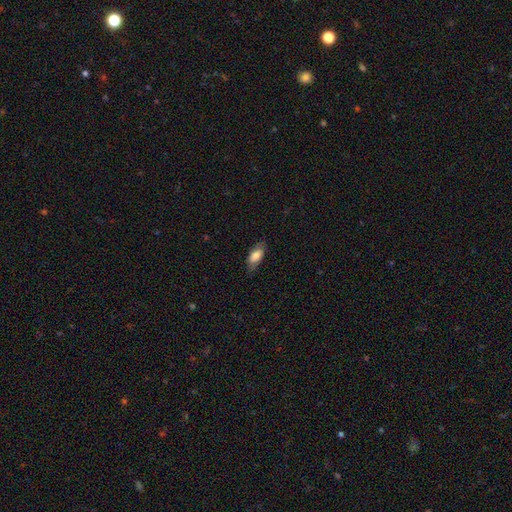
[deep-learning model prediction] Morphology: type=smooth (73%); roundness=in between (84%); merging=none (75%).